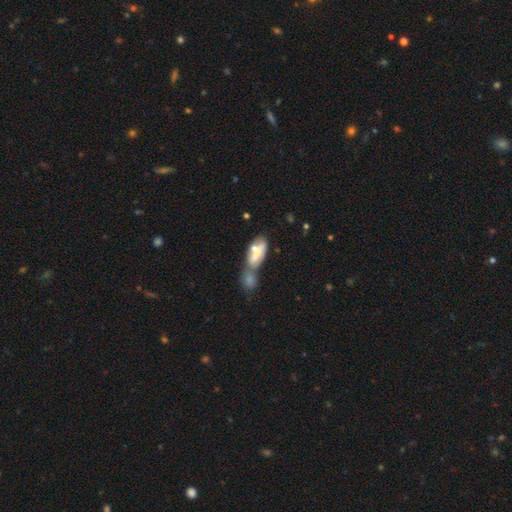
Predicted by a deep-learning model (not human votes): Overall: smooth (59%; featured or disk 33%). How rounded: in between (78%). Merging: merger (61%).